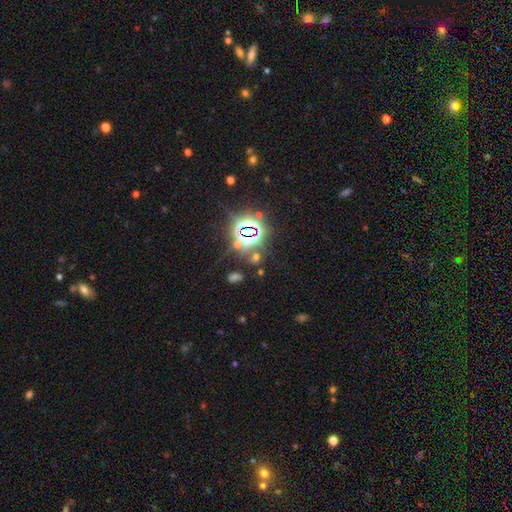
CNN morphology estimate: smooth-or-featured: star or artifact: 79% | smooth: 12% | featured or disk: 9%